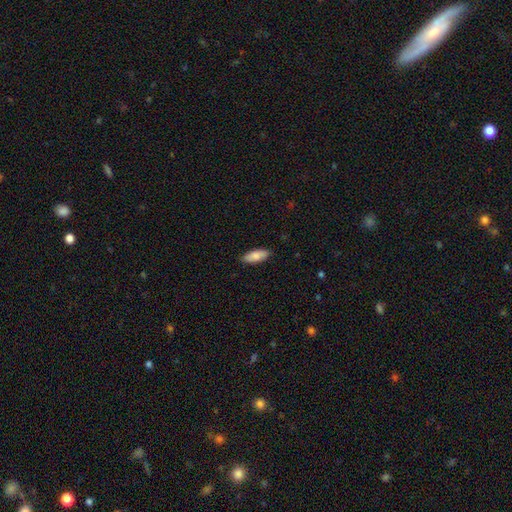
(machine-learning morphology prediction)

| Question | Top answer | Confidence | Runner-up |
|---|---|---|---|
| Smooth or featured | smooth | 84% | featured or disk (11%) |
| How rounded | in between | 75% | cigar-shaped (23%) |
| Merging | none | 87% | minor disturbance (10%) |